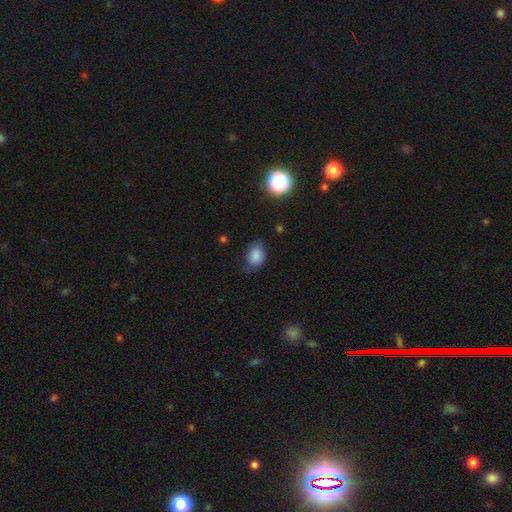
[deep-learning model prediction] Q: Smooth or featured?
A: smooth (81%); runner-up: star or artifact (11%)
Q: How rounded?
A: in between (63%); runner-up: round (36%)
Q: Merging?
A: none (60%); runner-up: minor disturbance (30%)